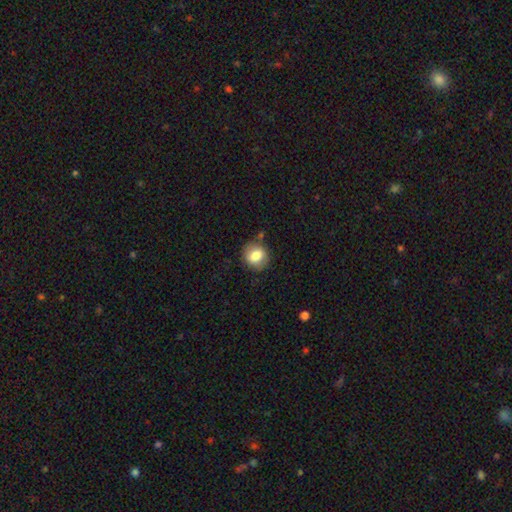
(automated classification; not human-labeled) Smooth or featured? smooth (80%)
How rounded? round (76%)
Merging? none (79%)